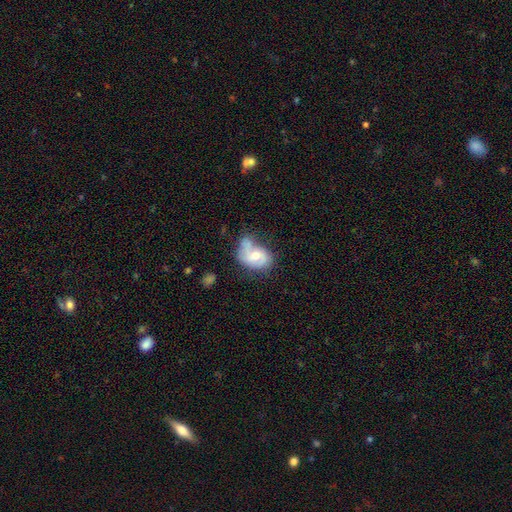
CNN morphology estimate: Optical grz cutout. It shows a featured or disk galaxy (50%). Merging: none (30%).